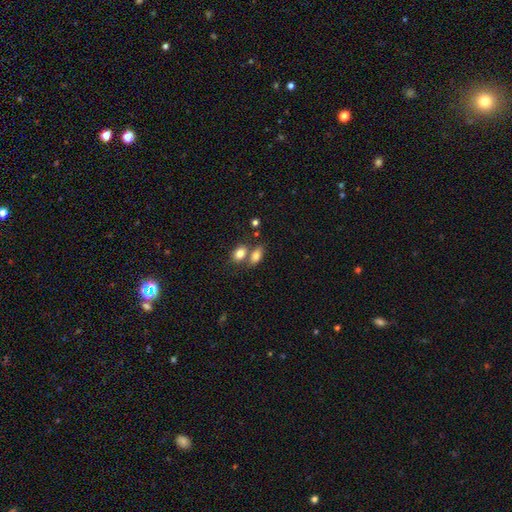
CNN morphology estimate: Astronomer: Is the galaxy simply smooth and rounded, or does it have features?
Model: smooth — 82%.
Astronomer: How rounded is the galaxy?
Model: in between — 86%.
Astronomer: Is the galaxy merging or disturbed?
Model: none — 43%, tied with merger at 43%.